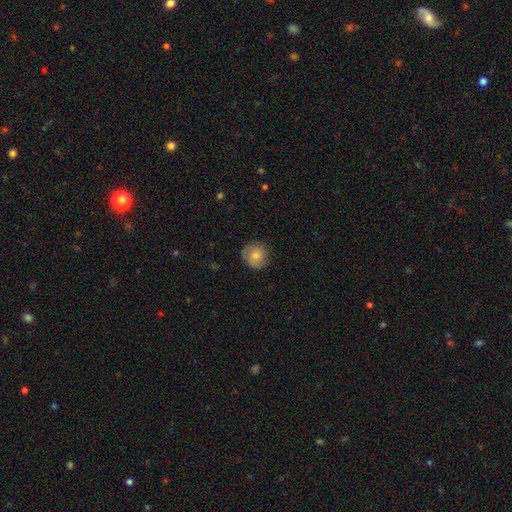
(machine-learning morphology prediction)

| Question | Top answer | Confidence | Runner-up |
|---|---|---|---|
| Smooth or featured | smooth | 72% | featured or disk (21%) |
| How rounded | round | 91% | in between (8%) |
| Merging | none | 77% | minor disturbance (18%) |